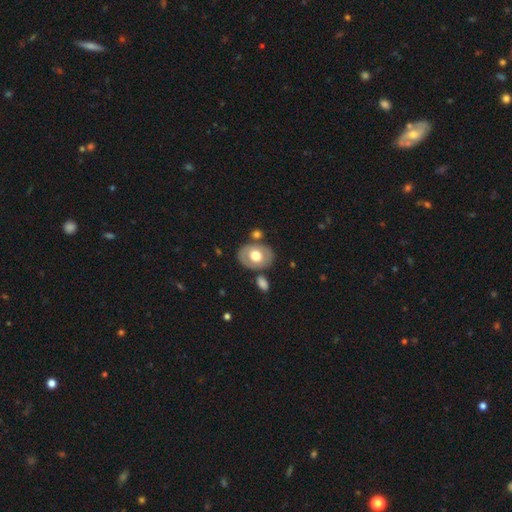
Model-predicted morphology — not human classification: This is possibly a smooth galaxy (54%). How rounded: likely in between (67%). Merging: likely none (73%).